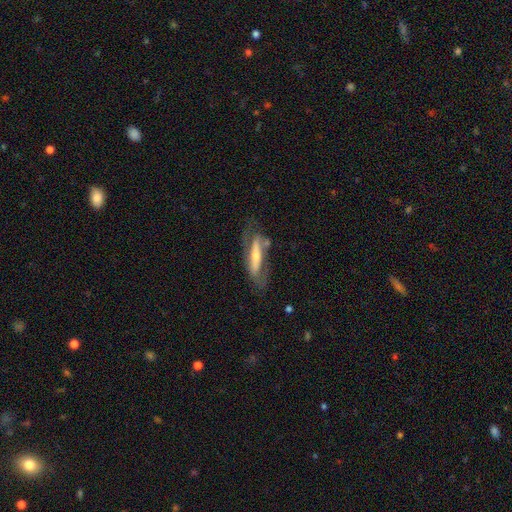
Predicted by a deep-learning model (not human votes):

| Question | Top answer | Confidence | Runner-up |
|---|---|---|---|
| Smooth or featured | featured or disk | 72% | smooth (22%) |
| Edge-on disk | no | 65% | yes (35%) |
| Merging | none | 60% | minor disturbance (21%) |